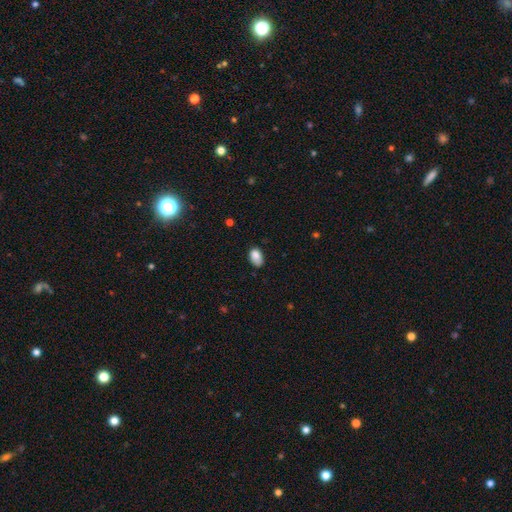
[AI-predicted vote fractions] smooth 83%, star or artifact 9%, featured or disk 8%. Down the decision tree: how rounded — in between (85%); merging — none (59%).